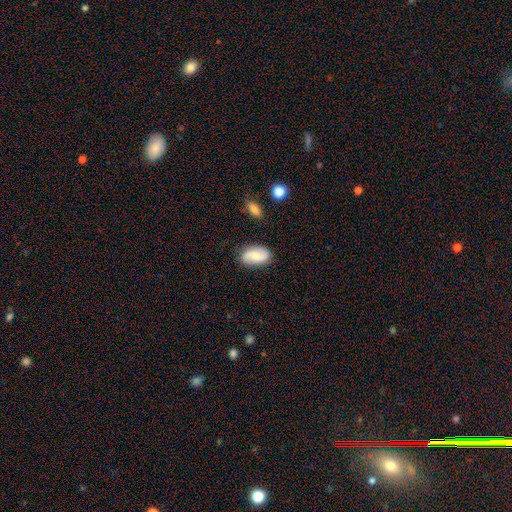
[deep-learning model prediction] A featured or disk galaxy (49%). Merging: none (81%).